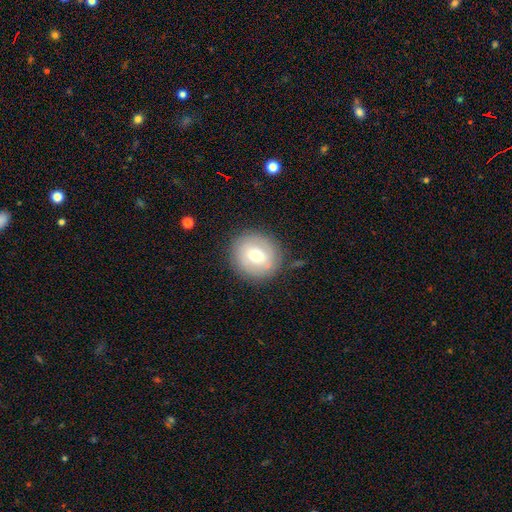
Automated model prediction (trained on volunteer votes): Morphology: type=smooth (59%); roundness=round (84%); merging=none (83%).